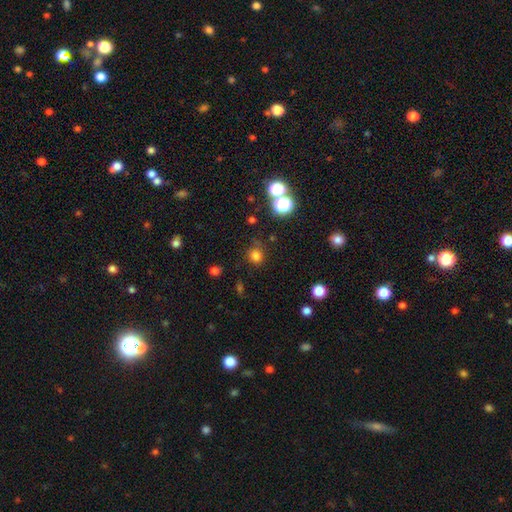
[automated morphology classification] type=smooth (75%); roundness=round (86%); merging=none (76%).